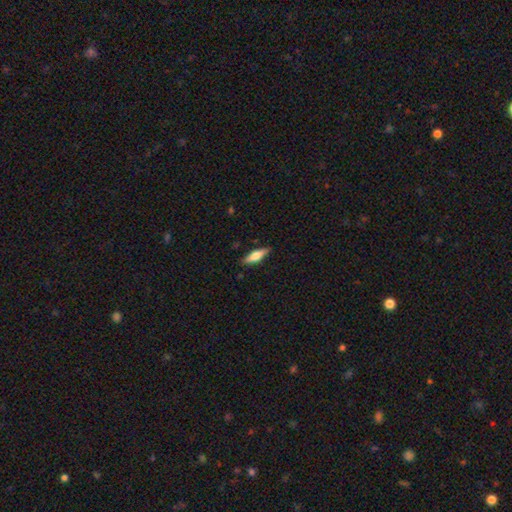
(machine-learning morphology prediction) Smooth or featured: smooth — 63% (featured or disk — 31%)
How rounded: cigar-shaped — 54% (in between — 44%)
Merging: none — 86% (minor disturbance — 11%)